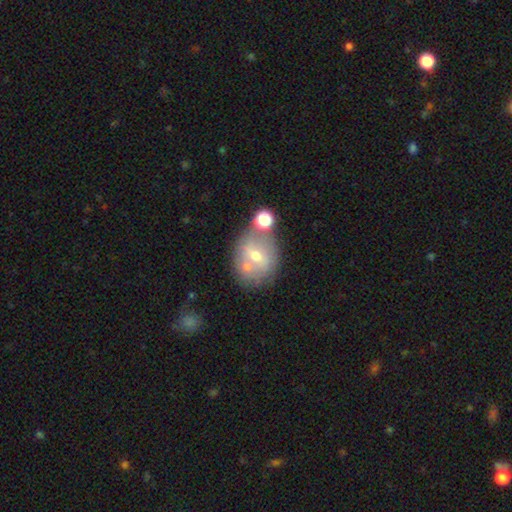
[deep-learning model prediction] This appears to be a smooth galaxy with no disk features (45%). Merging: none (51%).